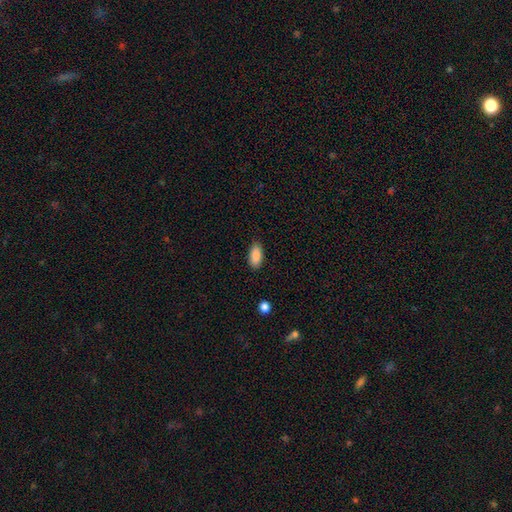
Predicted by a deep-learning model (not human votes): smooth-or-featured: smooth: 88% | star or artifact: 7% | featured or disk: 5%
  how-rounded: in between: 89% | cigar-shaped: 9% | round: 2%
  merging: none: 85% | minor disturbance: 11% | major disturbance: 2% | merger: 1%